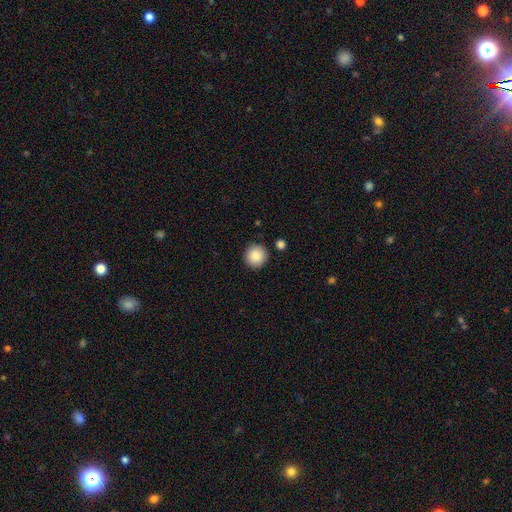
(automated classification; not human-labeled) smooth 88%, star or artifact 8%, featured or disk 4%. Down the decision tree: how rounded — round (95%); merging — none (90%).